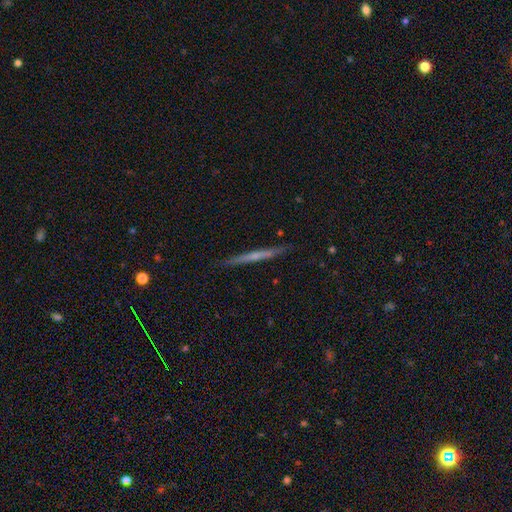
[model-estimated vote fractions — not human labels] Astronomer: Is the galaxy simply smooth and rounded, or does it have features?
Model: featured or disk — 55% (runner-up: smooth, 39%).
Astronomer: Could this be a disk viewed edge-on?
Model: yes — 97%.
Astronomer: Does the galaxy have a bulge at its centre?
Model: none — 73%.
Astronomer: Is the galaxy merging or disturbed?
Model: none — 90%.